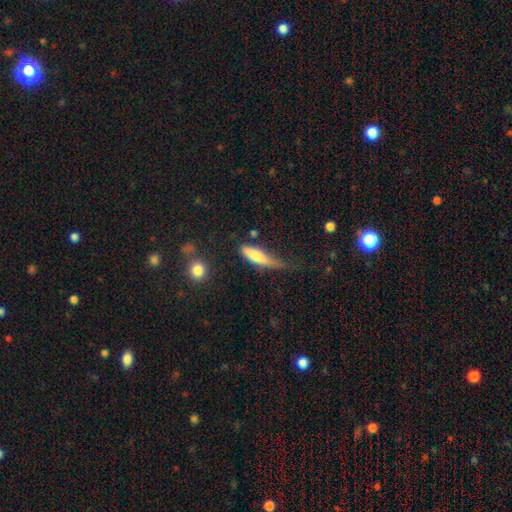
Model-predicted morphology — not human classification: Smooth or featured? smooth (72%)
How rounded? cigar-shaped (62%)
Merging? minor disturbance (38%)